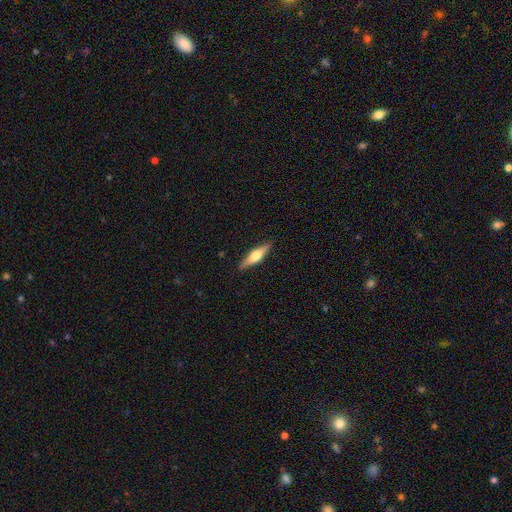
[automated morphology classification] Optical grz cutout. It shows a featured or disk galaxy (57%) viewed edge-on (95%) with a rounded central bulge (91%). Merging: none (89%).